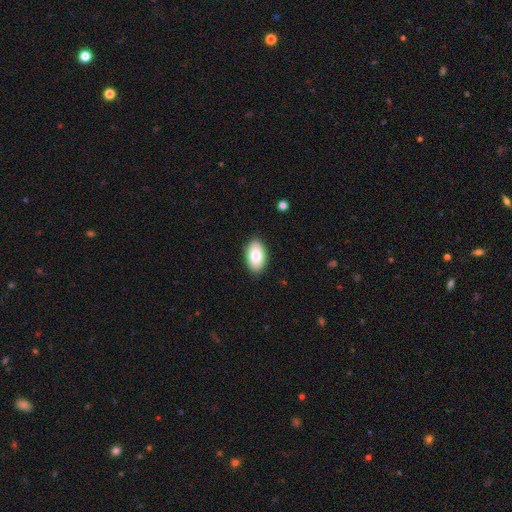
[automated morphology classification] Q: Smooth or featured?
A: smooth (83%); runner-up: featured or disk (10%)
Q: How rounded?
A: in between (94%); runner-up: round (4%)
Q: Merging?
A: none (88%); runner-up: minor disturbance (9%)